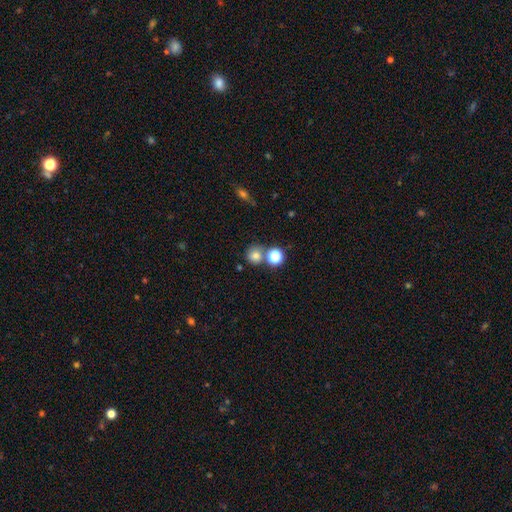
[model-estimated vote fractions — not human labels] The model was most divided on "merging": none: 63%, merger: 23%, minor disturbance: 10%, major disturbance: 4%. More confident: how rounded — round (88%); smooth or featured — smooth (76%).